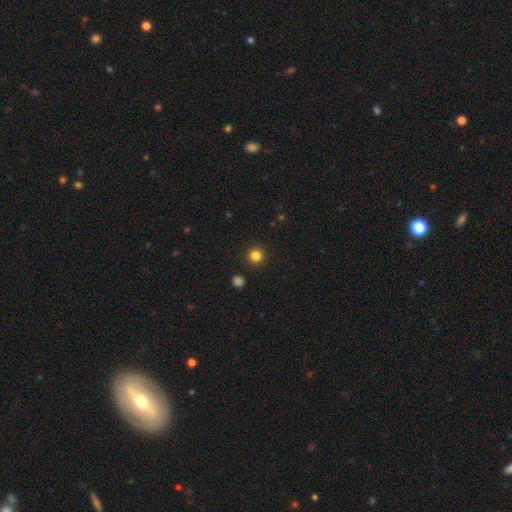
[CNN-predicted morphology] Q: Smooth or featured?
A: smooth (83%); runner-up: star or artifact (13%)
Q: How rounded?
A: round (95%); runner-up: in between (4%)
Q: Merging?
A: none (92%); runner-up: minor disturbance (5%)